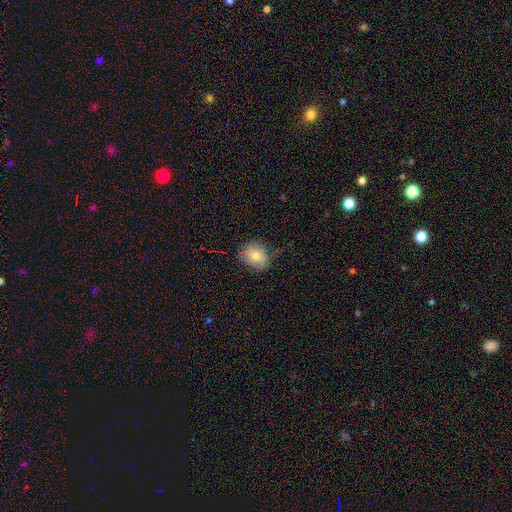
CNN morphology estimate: Smooth or featured: smooth — 78% (featured or disk — 13%)
How rounded: round — 58% (in between — 41%)
Merging: none — 75% (minor disturbance — 20%)